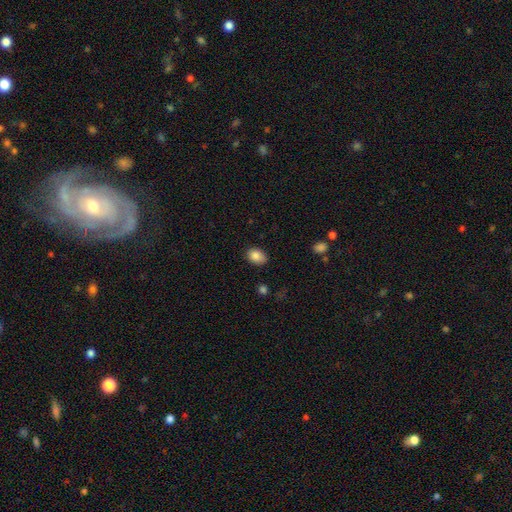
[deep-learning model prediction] Overall: smooth (85%). How rounded: in between (72%). Merging: none (79%).